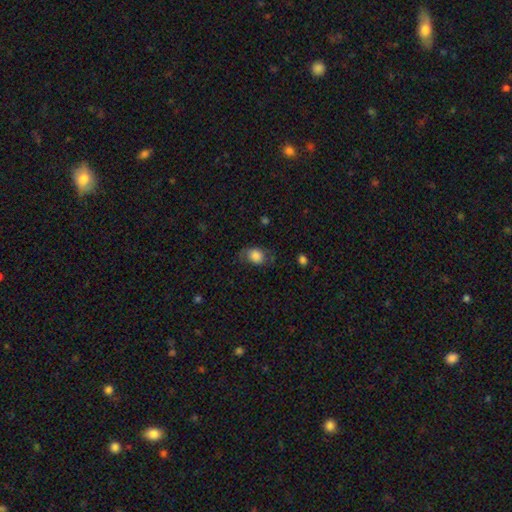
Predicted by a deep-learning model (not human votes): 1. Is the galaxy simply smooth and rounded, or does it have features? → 79% smooth, 13% featured or disk, 8% star or artifact.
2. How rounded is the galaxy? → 63% in between, 35% round, 1% cigar-shaped.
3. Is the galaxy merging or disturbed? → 60% none, 25% minor disturbance, 13% major disturbance, 2% merger.